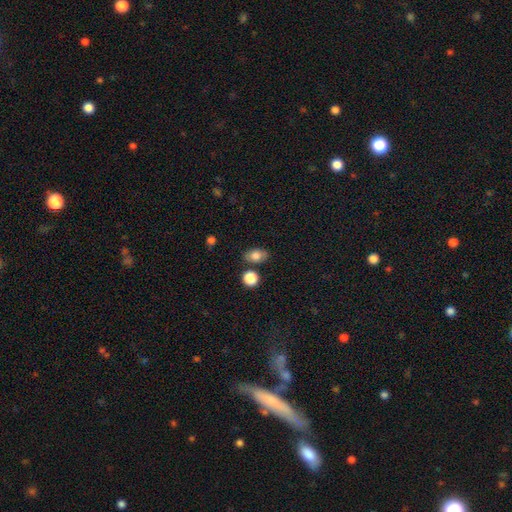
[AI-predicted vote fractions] This is likely a smooth galaxy (79%). How rounded: likely in between (79%). Merging: likely none (77%).